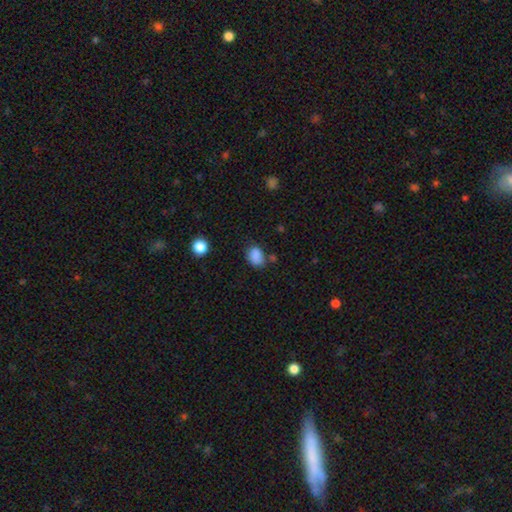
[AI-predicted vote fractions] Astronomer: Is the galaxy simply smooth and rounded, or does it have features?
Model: smooth — 85%.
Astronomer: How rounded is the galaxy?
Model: in between — 71%.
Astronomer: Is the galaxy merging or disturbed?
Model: none — 66%.